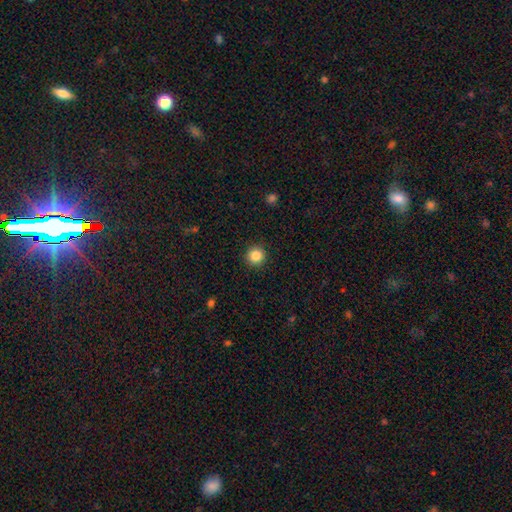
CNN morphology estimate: This is clearly a smooth galaxy (85%). How rounded: clearly round (95%). Merging: clearly none (92%).